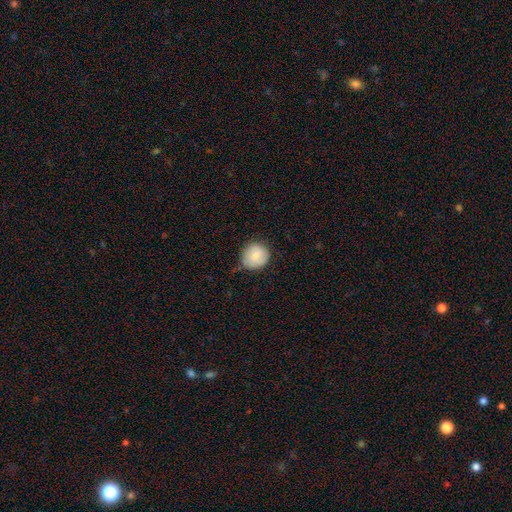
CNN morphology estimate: This is clearly a smooth galaxy (81%). How rounded: clearly round (85%). Merging: likely none (65%).